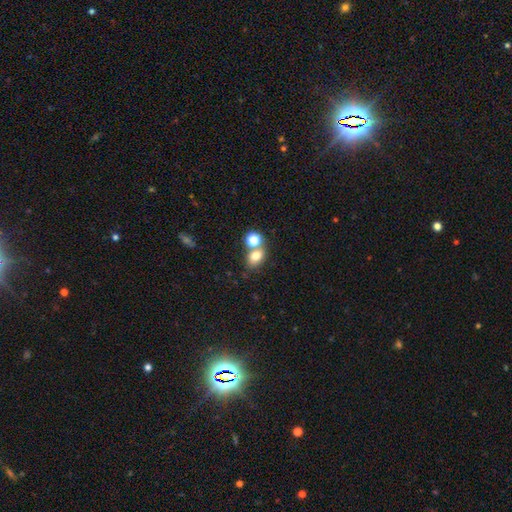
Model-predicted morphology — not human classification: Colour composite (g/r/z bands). It shows a smooth galaxy with no disk features (76%) that is in between round and cigar-shaped (57%). Merging: none (47%).